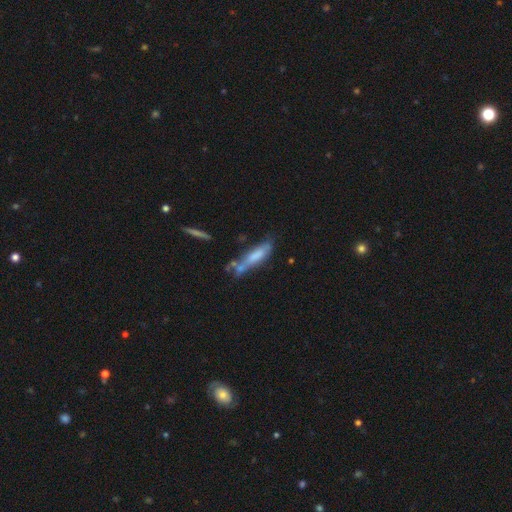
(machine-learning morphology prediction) A smooth galaxy with no disk features (64%) that is cigar-shaped (75%). Merging: none (46%).